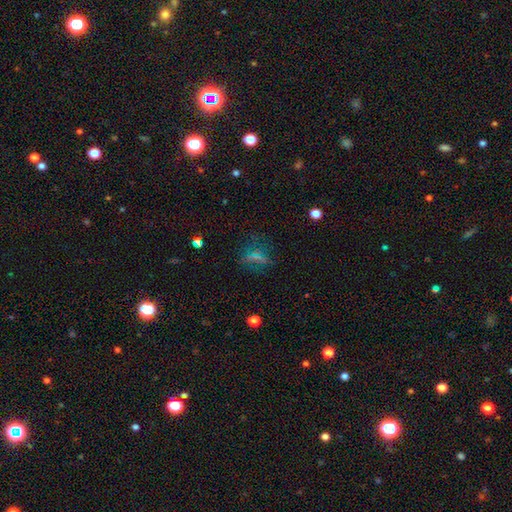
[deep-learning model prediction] A smooth galaxy with no disk features (43%).

Vote fractions:
- Smooth or featured? smooth: 43% / star or artifact: 42% / featured or disk: 15%
- Merging? none: 68% / minor disturbance: 15% / major disturbance: 13% / merger: 4%